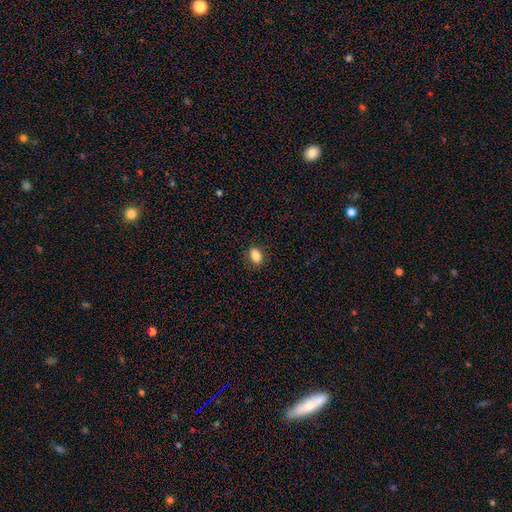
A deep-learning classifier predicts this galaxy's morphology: This appears to be a smooth galaxy with no disk features (84%) that is in between round and cigar-shaped (74%). Merging: none (86%).